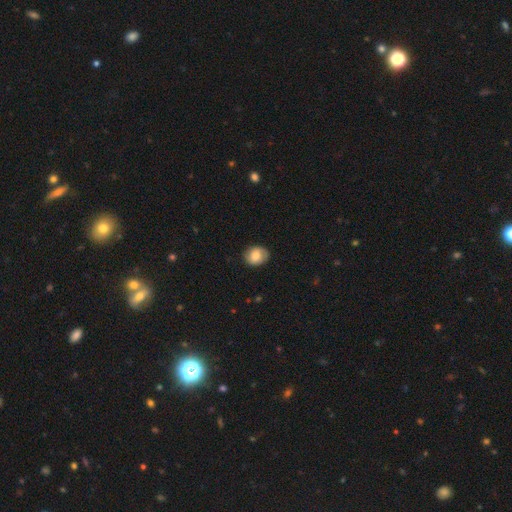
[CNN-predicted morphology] Smooth or featured? smooth (77%)
How rounded? round (56%)
Merging? none (81%)